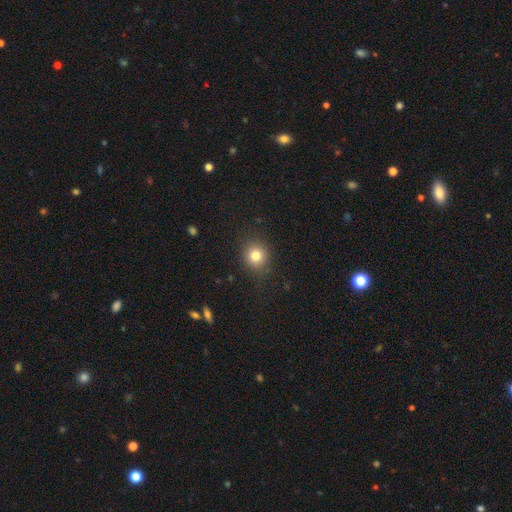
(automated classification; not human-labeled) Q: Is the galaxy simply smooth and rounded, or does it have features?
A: smooth — 80%.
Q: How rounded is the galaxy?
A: round — 82%.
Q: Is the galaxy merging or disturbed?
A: none — 87%.